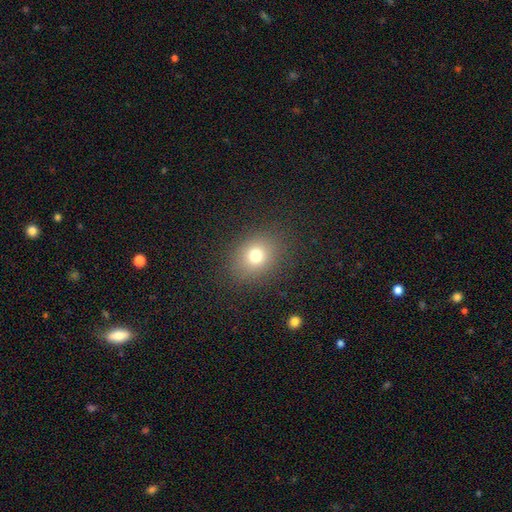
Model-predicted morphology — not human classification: Smooth or featured: smooth — 75% (star or artifact — 15%)
How rounded: round — 59% (in between — 40%)
Merging: none — 86% (minor disturbance — 9%)